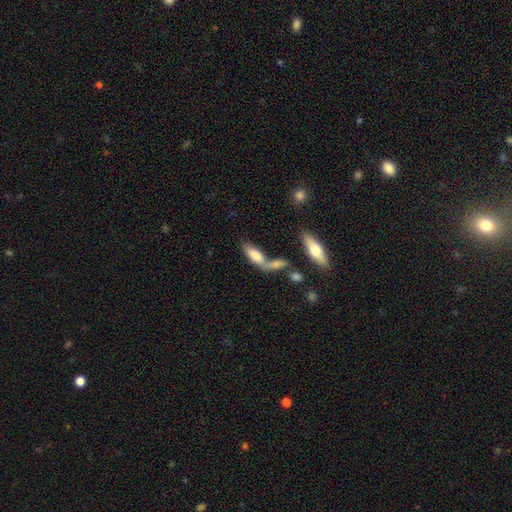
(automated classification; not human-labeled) Smooth or featured?
  - smooth: 73% *
  - featured or disk: 20%
  - star or artifact: 7%
How rounded?
  - in between: 72% *
  - cigar-shaped: 25%
  - round: 3%
Merging?
  - merger: 53% *
  - none: 27%
  - minor disturbance: 11%
  - major disturbance: 9%